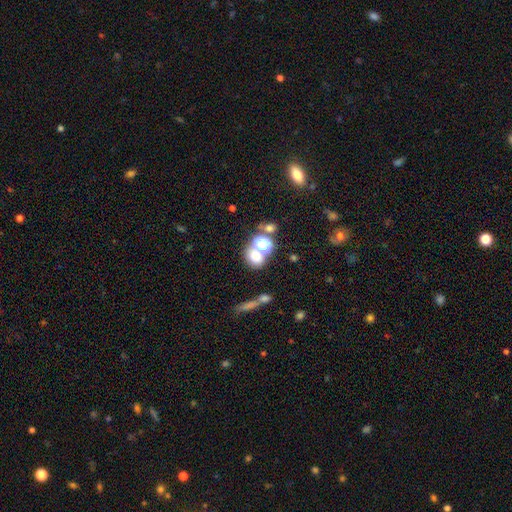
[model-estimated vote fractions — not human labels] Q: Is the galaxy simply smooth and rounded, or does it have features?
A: smooth — 62%.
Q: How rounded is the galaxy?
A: round — 65%.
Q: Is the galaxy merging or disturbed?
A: none — 50%.